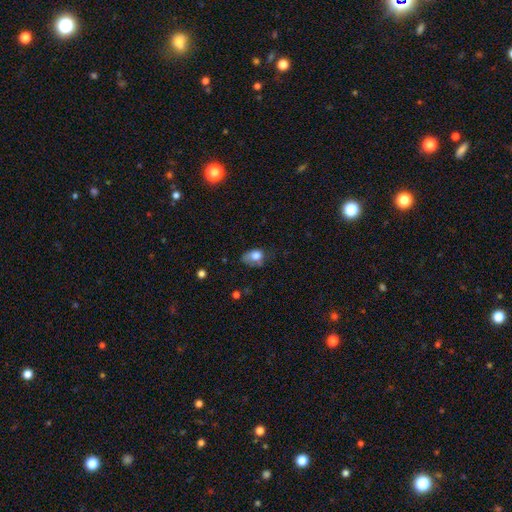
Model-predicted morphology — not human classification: This appears to be a smooth galaxy with no disk features (76%) that is in between round and cigar-shaped (77%). Merging: minor disturbance (37%).